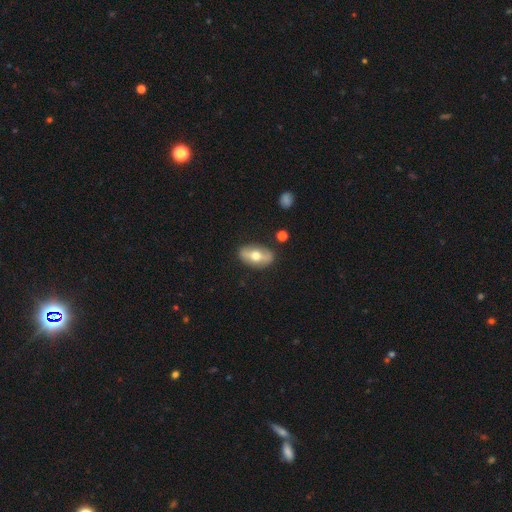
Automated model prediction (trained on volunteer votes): The model was most divided on "smooth or featured": smooth: 48%, featured or disk: 46%, star or artifact: 6%. More confident: merging — none (82%).